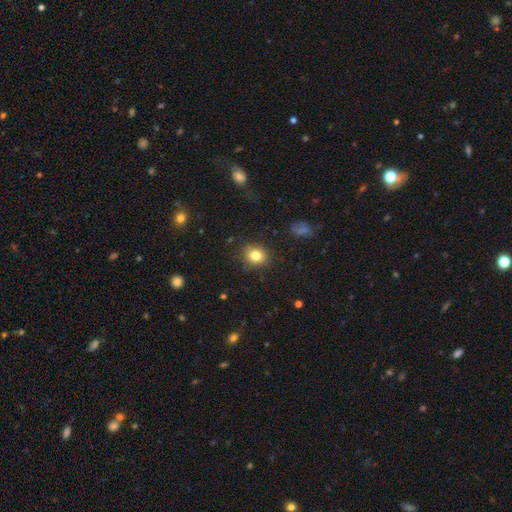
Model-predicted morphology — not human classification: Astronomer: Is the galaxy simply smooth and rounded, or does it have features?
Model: smooth — 82%.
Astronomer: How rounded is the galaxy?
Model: round — 73%.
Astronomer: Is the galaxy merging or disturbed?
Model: none — 85%.